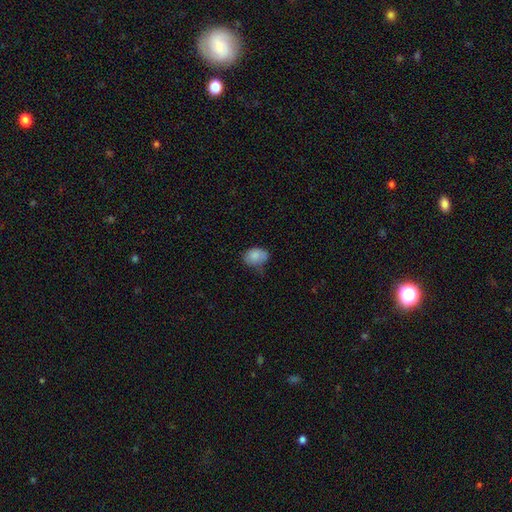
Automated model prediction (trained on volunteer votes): This is clearly a smooth galaxy (83%). How rounded: likely in between (69%). Merging: possibly none (47%).